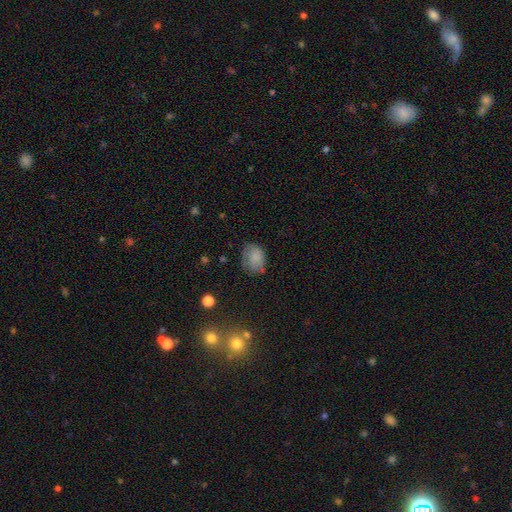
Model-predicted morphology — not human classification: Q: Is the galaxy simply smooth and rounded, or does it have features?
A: smooth — 78%.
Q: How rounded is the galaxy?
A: in between — 66%.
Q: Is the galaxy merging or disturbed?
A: none — 60%.